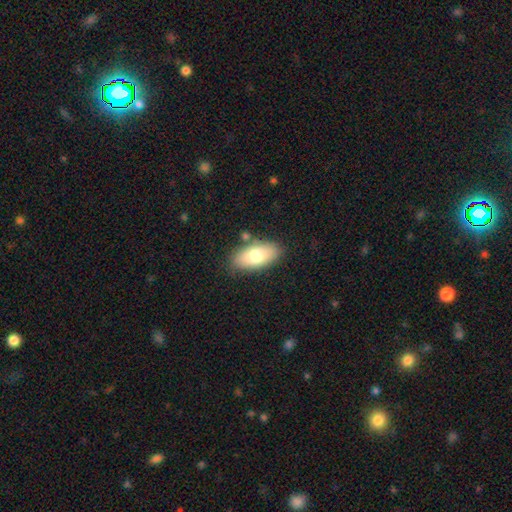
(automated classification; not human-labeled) Overall: smooth (76%). How rounded: in between (92%). Merging: none (80%).